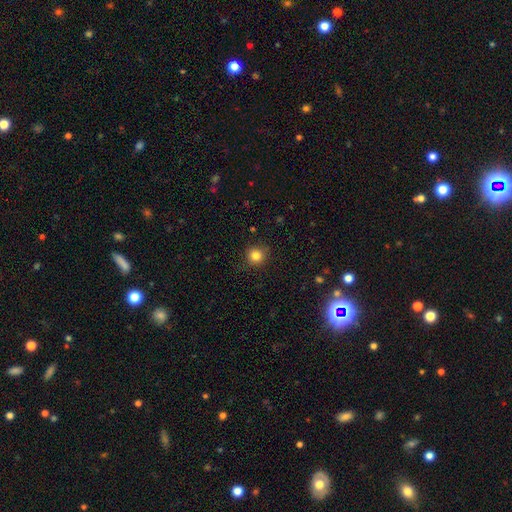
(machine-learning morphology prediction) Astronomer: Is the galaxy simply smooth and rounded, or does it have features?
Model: smooth — 83%.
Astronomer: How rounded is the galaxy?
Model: round — 92%.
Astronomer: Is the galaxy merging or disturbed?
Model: none — 87%.